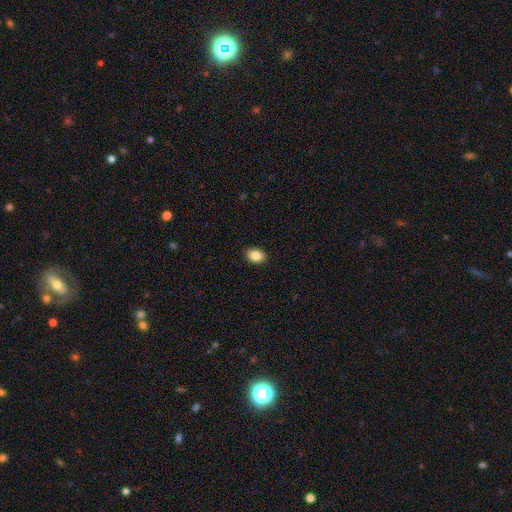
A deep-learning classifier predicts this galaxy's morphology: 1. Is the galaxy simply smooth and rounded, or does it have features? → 87% smooth, 8% star or artifact, 5% featured or disk.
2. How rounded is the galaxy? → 78% in between, 21% round, 1% cigar-shaped.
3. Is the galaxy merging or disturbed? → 90% none, 7% minor disturbance, 2% major disturbance, 1% merger.